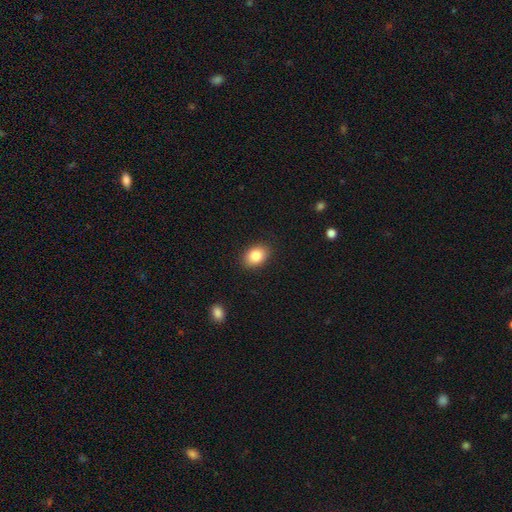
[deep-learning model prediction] smooth_or_featured: smooth (p=0.85) [alt: star or artifact p=0.08]
how_rounded: in between (p=0.74) [alt: round p=0.25]
merging: none (p=0.88) [alt: minor disturbance p=0.08]